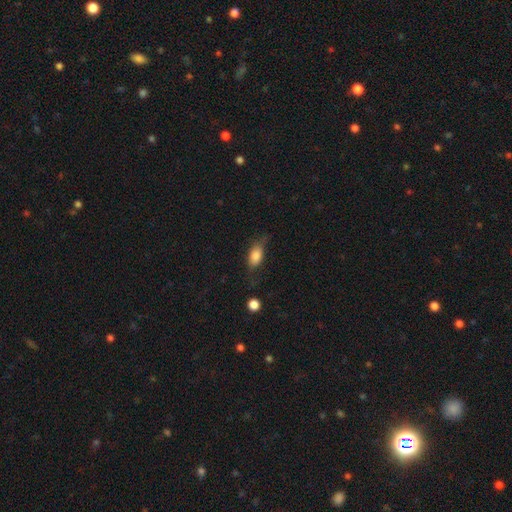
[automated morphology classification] The model was most divided on "merging": none: 54%, minor disturbance: 30%, major disturbance: 14%, merger: 3%. More confident: how rounded — in between (85%); smooth or featured — smooth (79%).